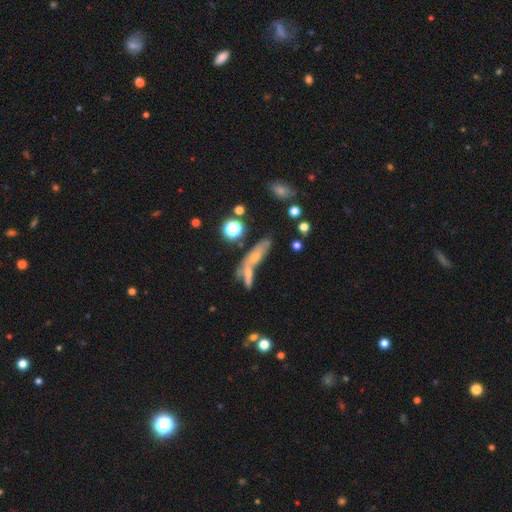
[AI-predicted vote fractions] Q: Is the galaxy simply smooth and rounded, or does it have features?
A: smooth — 54%.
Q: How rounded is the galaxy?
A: cigar-shaped — 50%.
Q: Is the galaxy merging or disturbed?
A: merger — 44%.